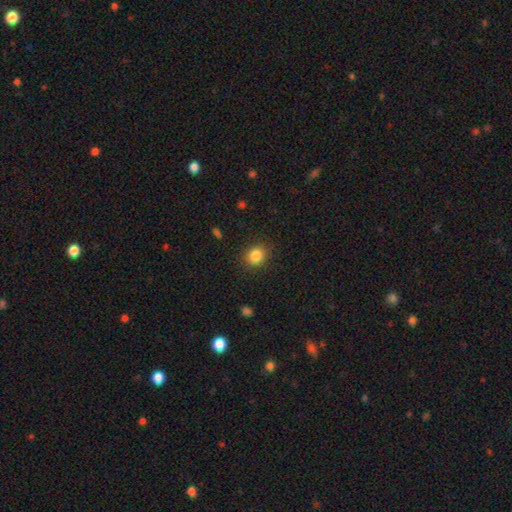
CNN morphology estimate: smooth_or_featured: smooth (p=0.85) [alt: star or artifact p=0.10]
how_rounded: round (p=0.70) [alt: in between p=0.29]
merging: none (p=0.86) [alt: minor disturbance p=0.10]